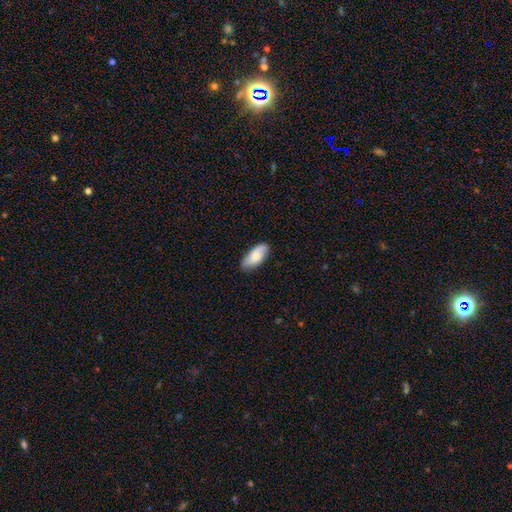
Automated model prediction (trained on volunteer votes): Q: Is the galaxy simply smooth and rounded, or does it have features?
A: smooth — 67%.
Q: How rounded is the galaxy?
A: in between — 89%.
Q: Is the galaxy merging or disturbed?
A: none — 78%.